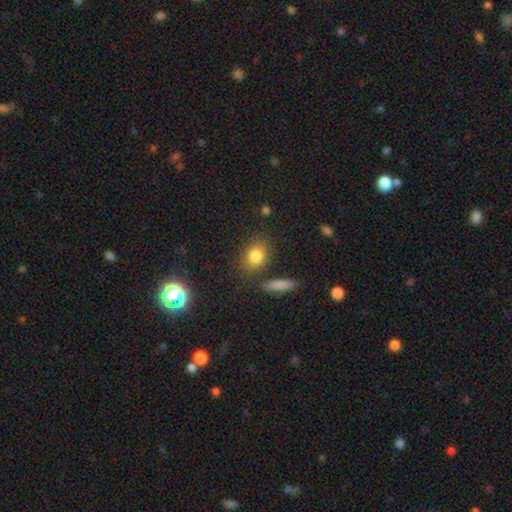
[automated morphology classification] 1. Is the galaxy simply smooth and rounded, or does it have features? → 81% smooth, 10% star or artifact, 8% featured or disk.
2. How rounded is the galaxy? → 51% in between, 46% round, 3% cigar-shaped.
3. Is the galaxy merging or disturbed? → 79% none, 11% minor disturbance, 6% merger, 4% major disturbance.